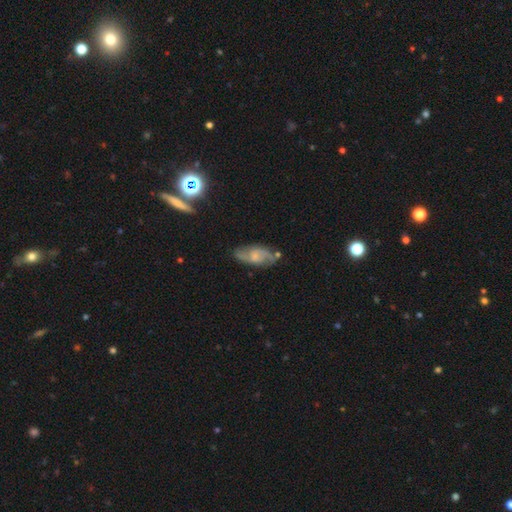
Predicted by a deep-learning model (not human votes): Morphology: type=featured or disk (75%); edge-on=no (94%); bar=no (48%); spiral arms=yes (93%); winding=medium (50%); arm count=2 (83%); bulge=small (37%); merging=none (72%).